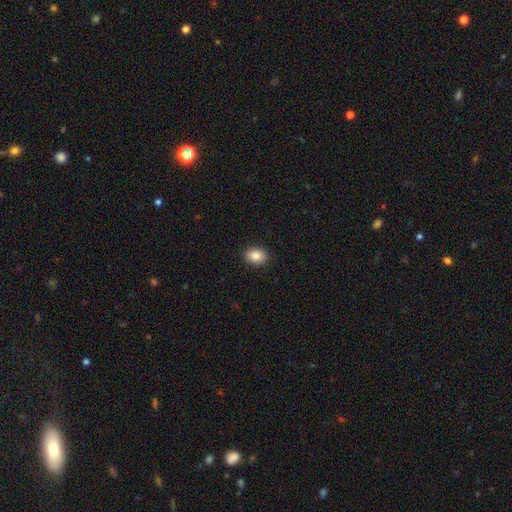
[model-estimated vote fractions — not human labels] Q: Smooth or featured?
A: smooth (86%); runner-up: star or artifact (9%)
Q: How rounded?
A: in between (61%); runner-up: round (38%)
Q: Merging?
A: none (91%); runner-up: minor disturbance (7%)